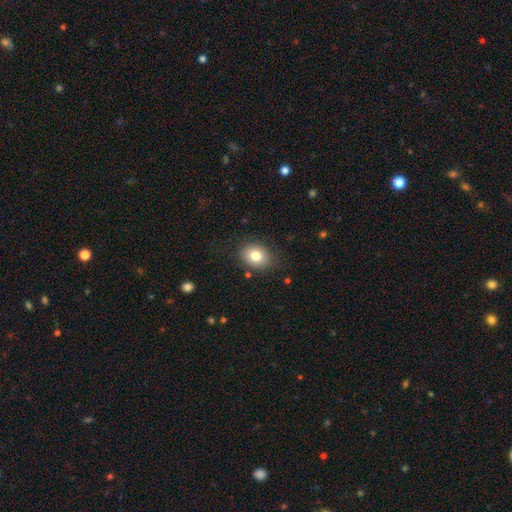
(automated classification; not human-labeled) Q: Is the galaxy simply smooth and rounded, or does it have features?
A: smooth — 80%.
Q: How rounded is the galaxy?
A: in between — 51%.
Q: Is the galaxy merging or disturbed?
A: none — 84%.